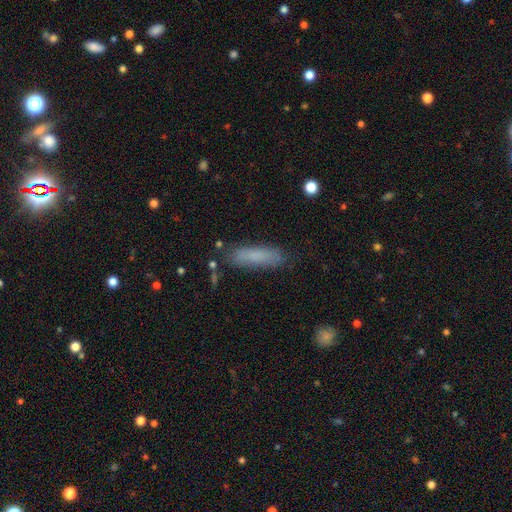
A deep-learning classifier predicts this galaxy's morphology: smooth-or-featured: smooth: 81% | featured or disk: 11% | star or artifact: 8%
  how-rounded: cigar-shaped: 63% | in between: 35% | round: 2%
  merging: none: 81% | minor disturbance: 13% | major disturbance: 3% | merger: 2%